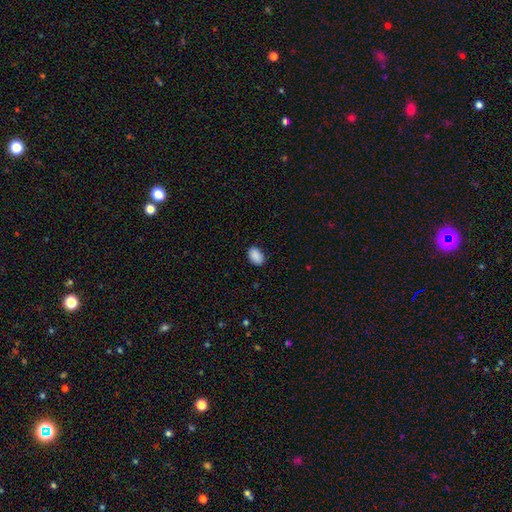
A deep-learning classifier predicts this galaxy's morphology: Smooth or featured?
  - smooth: 90% *
  - star or artifact: 7%
  - featured or disk: 3%
How rounded?
  - in between: 86% *
  - round: 13%
  - cigar-shaped: 1%
Merging?
  - none: 86% *
  - minor disturbance: 11%
  - major disturbance: 2%
  - merger: 1%